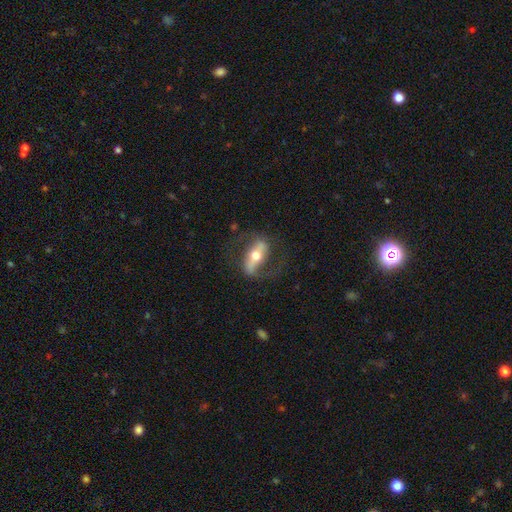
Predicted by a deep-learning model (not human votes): This is likely a featured or disk galaxy (72%). It is likely not viewed edge-on (78%). Bar: likely strong (60%). Spiral arm pattern: likely yes (78%). Central bulge: likely moderate (70%). Merging: likely none (69%).